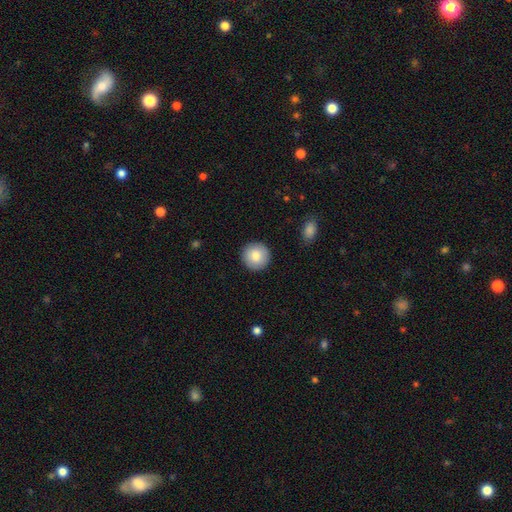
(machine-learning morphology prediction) Overall: smooth (83%). How rounded: round (95%). Merging: none (92%).